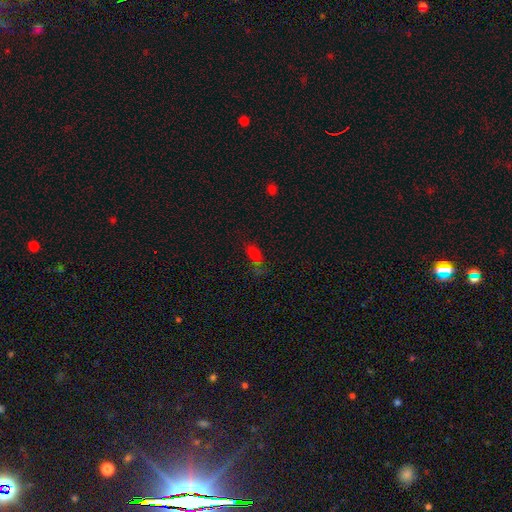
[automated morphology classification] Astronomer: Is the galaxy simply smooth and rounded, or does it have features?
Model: smooth — 62%.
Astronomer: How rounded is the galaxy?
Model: in between — 77%.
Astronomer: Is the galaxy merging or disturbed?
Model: none — 50%.